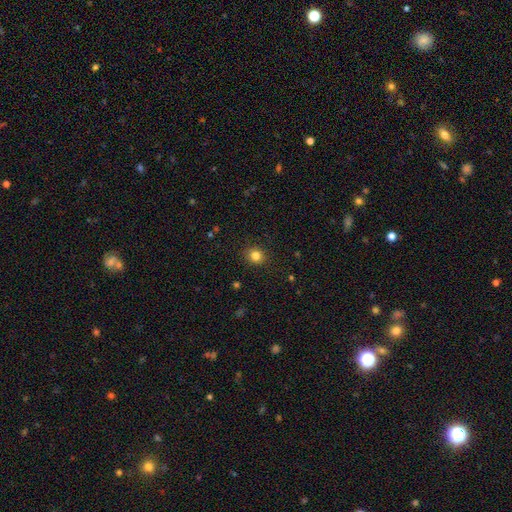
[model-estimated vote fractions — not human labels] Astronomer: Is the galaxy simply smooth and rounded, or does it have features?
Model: smooth — 82%.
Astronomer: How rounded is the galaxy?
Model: round — 83%.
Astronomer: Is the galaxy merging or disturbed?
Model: none — 90%.